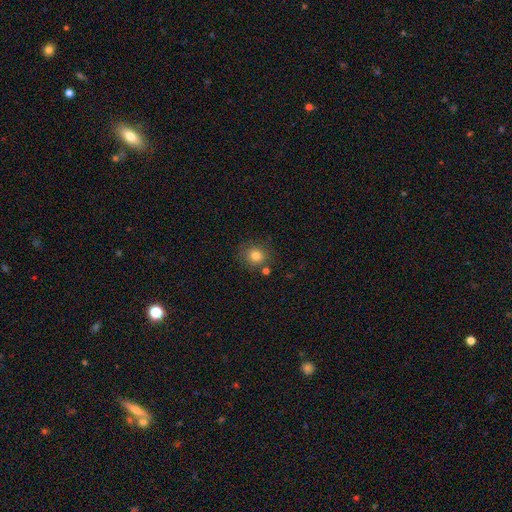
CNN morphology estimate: Overall: smooth (81%). How rounded: round (81%). Merging: none (78%).